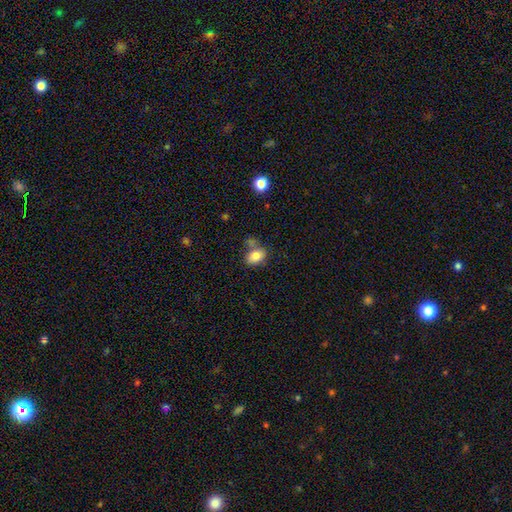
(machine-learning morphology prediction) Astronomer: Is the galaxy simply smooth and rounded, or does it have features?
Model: smooth — 81%.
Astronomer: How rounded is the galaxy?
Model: in between — 79%.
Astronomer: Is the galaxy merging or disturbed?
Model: none — 62%.